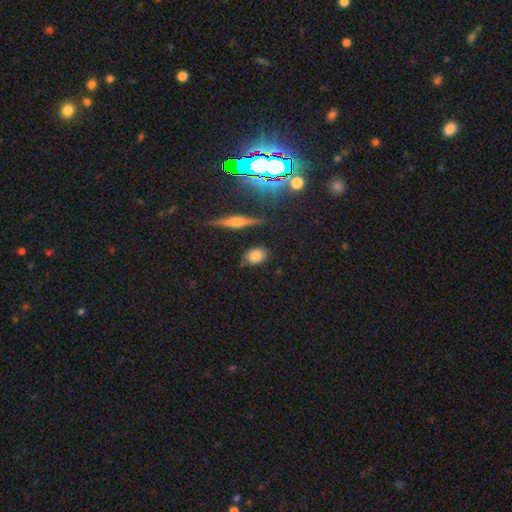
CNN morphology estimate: A smooth galaxy with no disk features (79%) that is in between round and cigar-shaped (68%).

Vote fractions:
- Smooth or featured? smooth: 79% / star or artifact: 10% / featured or disk: 10%
- How rounded? in between: 68% / round: 28% / cigar-shaped: 4%
- Merging? none: 79% / minor disturbance: 14% / major disturbance: 3% / merger: 3%